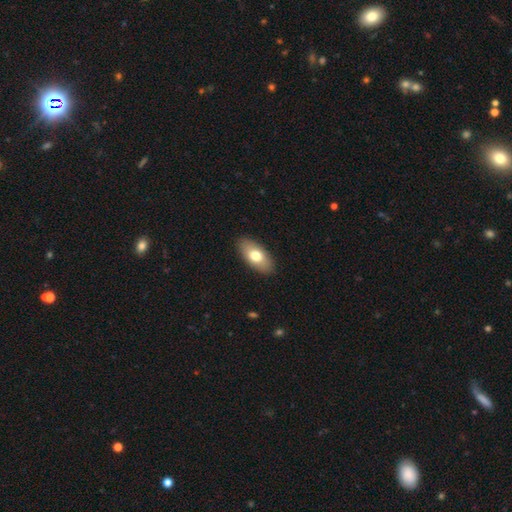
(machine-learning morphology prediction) Smooth or featured? smooth (73%)
How rounded? in between (91%)
Merging? none (89%)